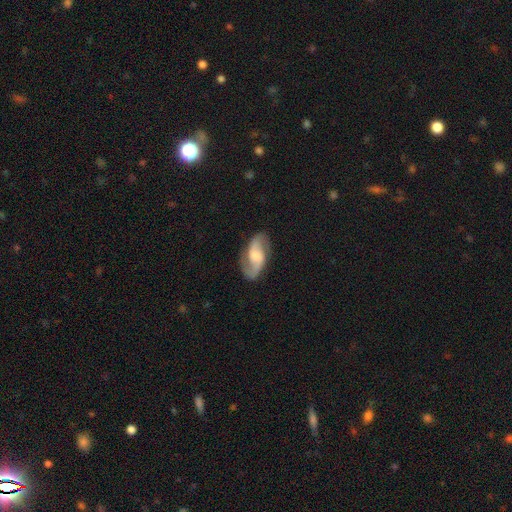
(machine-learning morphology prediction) Smooth or featured? featured or disk (82%)
Edge-on disk? no (96%)
Bar? weak (48%)
Spiral arms? yes (96%)
Spiral winding? medium (49%)
Spiral arm count? 2 (92%)
Bulge size? moderate (39%)
Merging? none (81%)